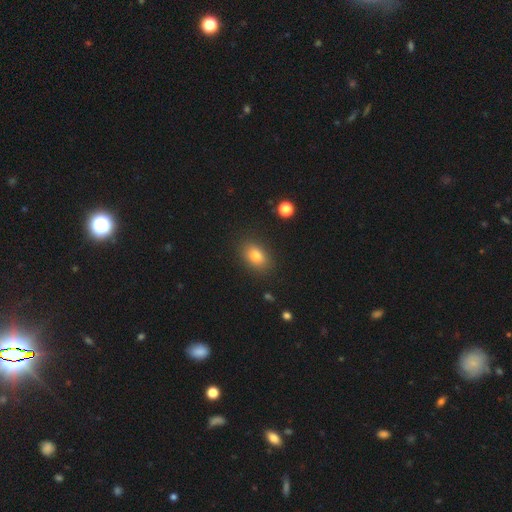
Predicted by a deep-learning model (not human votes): smooth-or-featured: smooth: 80% | star or artifact: 11% | featured or disk: 10%
  how-rounded: in between: 78% | round: 21% | cigar-shaped: 2%
  merging: none: 87% | minor disturbance: 9% | major disturbance: 3% | merger: 1%